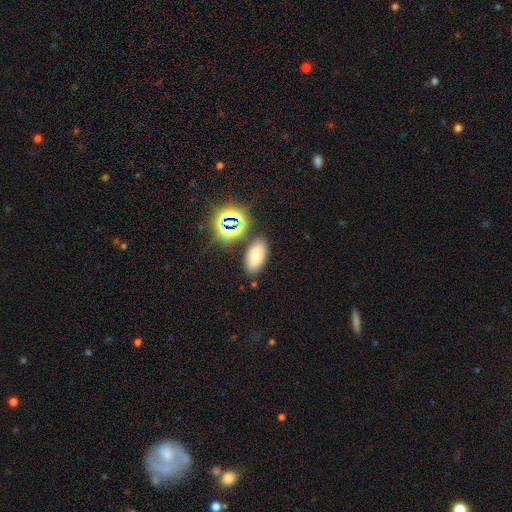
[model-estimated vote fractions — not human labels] This appears to be a smooth galaxy with no disk features (68%) that is in between round and cigar-shaped (88%). Merging: none (80%).